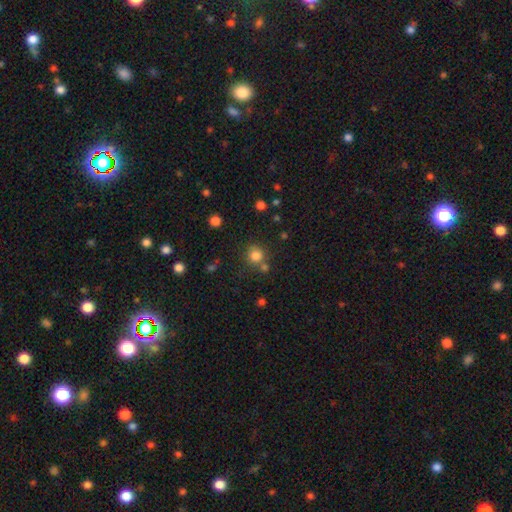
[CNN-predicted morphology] This is clearly a smooth galaxy (80%). How rounded: clearly round (92%). Merging: likely none (72%).